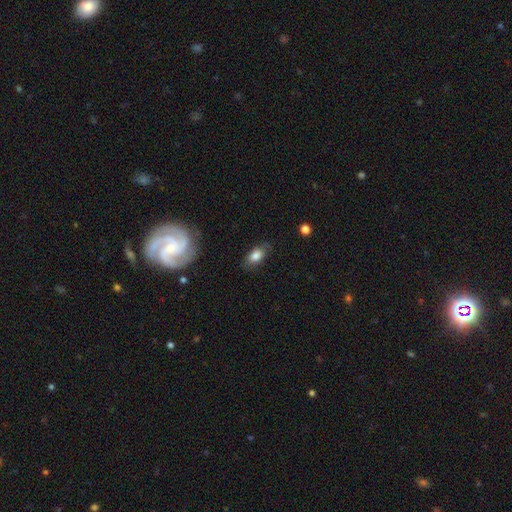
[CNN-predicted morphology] This is clearly a smooth galaxy (81%). How rounded: clearly in between (88%). Merging: likely none (77%).